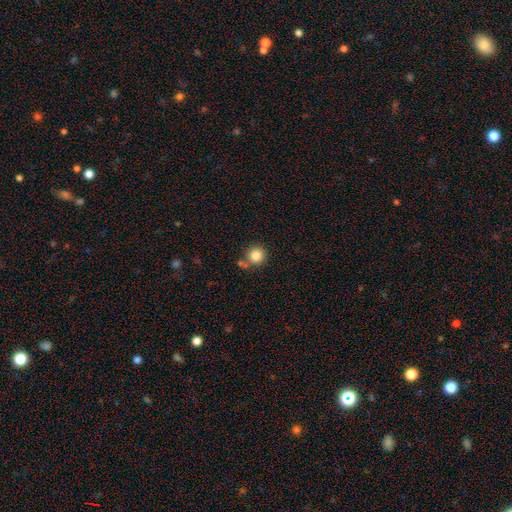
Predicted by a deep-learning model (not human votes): This is clearly a smooth galaxy (85%). How rounded: clearly round (93%). Merging: likely none (65%).